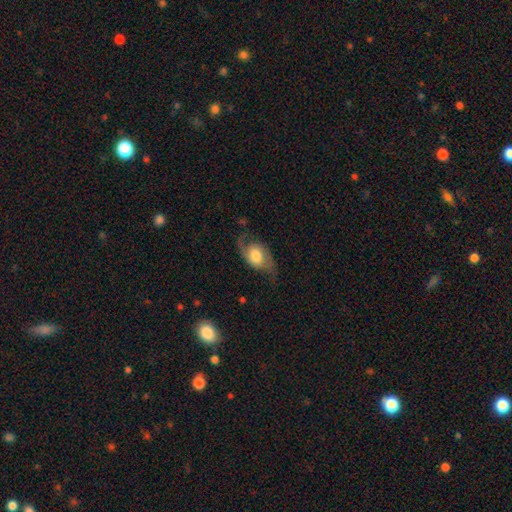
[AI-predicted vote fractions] Morphology: type=featured or disk (65%); edge-on=no (93%); bar=no (66%); spiral arms=yes (88%); winding=loose (62%); arm count=2 (86%); bulge=moderate (50%); merging=none (57%).